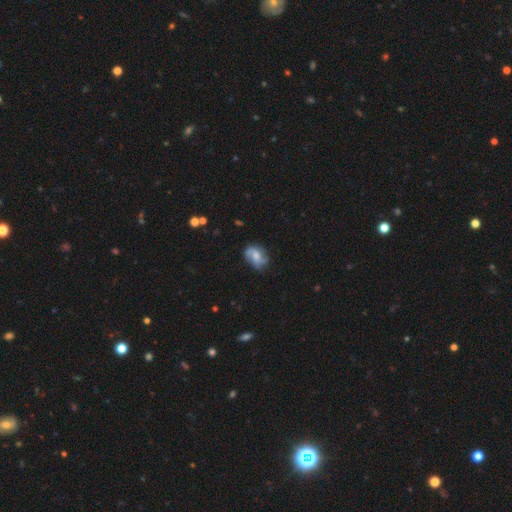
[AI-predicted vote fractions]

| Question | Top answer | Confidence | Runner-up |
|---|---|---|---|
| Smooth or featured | featured or disk | 60% | smooth (32%) |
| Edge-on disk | no | 97% | yes (3%) |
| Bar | no | 60% | weak (34%) |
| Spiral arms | yes | 88% | no (12%) |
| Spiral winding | medium | 43% | loose (39%) |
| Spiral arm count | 2 | 50% | 3 (24%) |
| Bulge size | moderate | 48% | small (26%) |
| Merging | none | 64% | minor disturbance (23%) |